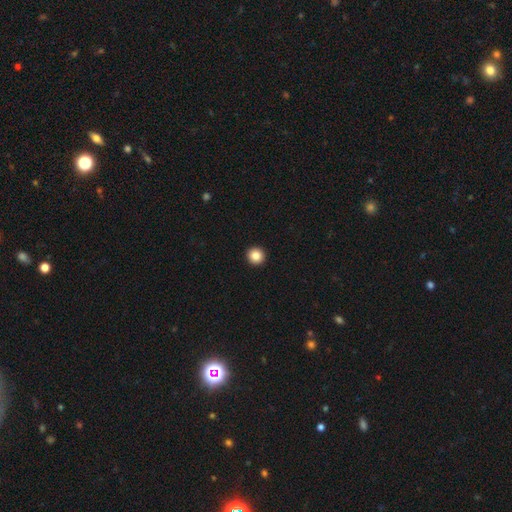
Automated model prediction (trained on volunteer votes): This is clearly a smooth galaxy (85%). How rounded: clearly round (96%). Merging: clearly none (95%).